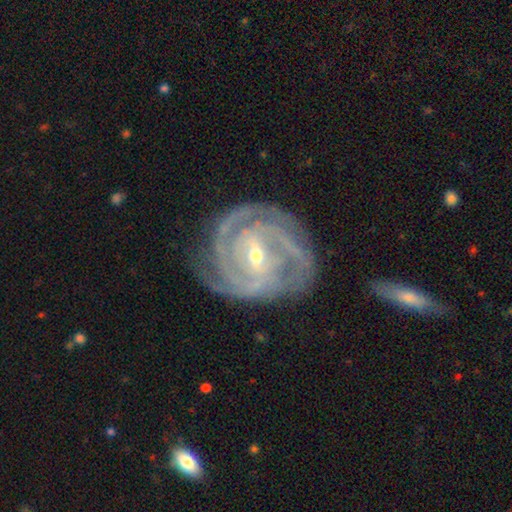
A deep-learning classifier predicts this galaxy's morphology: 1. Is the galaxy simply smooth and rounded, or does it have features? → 91% featured or disk, 5% star or artifact, 4% smooth.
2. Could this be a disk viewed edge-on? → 97% no, 3% yes.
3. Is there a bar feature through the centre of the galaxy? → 43% weak, 40% strong, 18% no.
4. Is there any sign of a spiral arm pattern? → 98% yes, 2% no.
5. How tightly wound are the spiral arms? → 77% tight, 20% medium, 3% loose.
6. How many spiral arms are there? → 38% 3, 20% 2, 18% 4, 13% can't tell, 5% more than 4, 5% 1.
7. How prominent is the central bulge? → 59% small, 39% moderate, 1% large, 1% none, 1% dominant.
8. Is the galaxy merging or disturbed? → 76% none, 16% minor disturbance, 6% major disturbance, 2% merger.